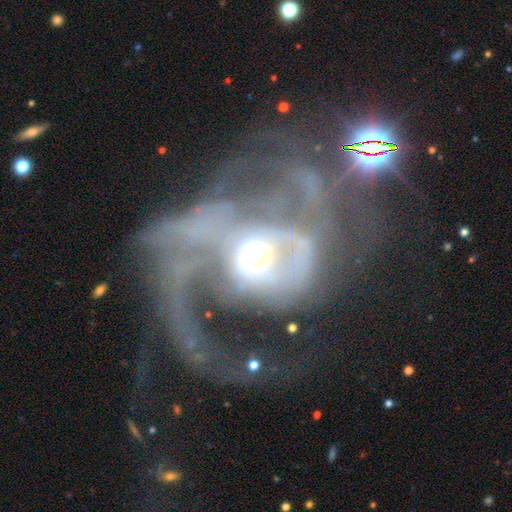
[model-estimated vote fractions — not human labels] Smooth or featured? featured or disk (73%)
Edge-on disk? no (96%)
Bar? no (74%)
Spiral arms? no (53%)
Bulge size? moderate (61%)
Merging? major disturbance (58%)